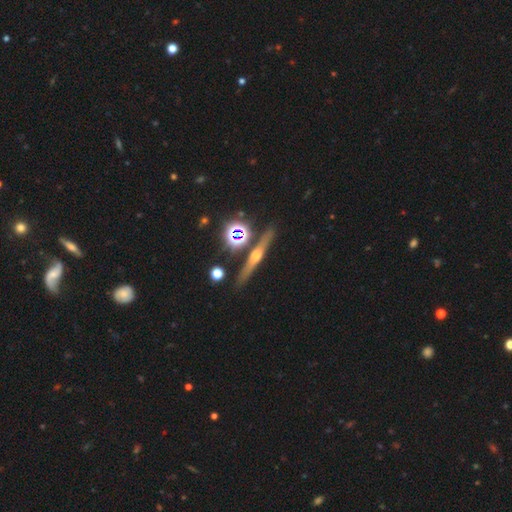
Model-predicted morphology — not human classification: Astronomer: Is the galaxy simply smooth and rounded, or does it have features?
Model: featured or disk — 62%.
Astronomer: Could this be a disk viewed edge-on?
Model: yes — 94%.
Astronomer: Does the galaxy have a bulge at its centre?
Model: rounded — 91%.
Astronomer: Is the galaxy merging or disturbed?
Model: none — 87%.